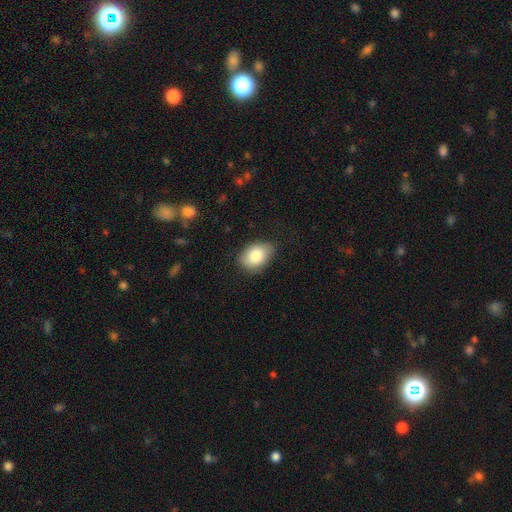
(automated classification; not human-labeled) Overall: smooth (82%). How rounded: in between (81%). Merging: none (78%).